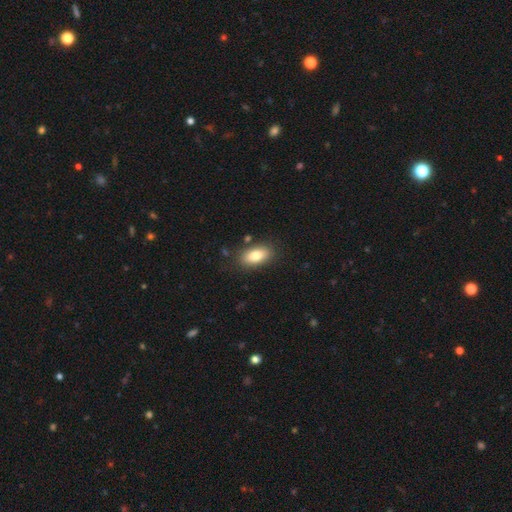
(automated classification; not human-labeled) Smooth or featured: smooth — 81% (featured or disk — 12%)
How rounded: in between — 90% (round — 5%)
Merging: none — 82% (minor disturbance — 12%)